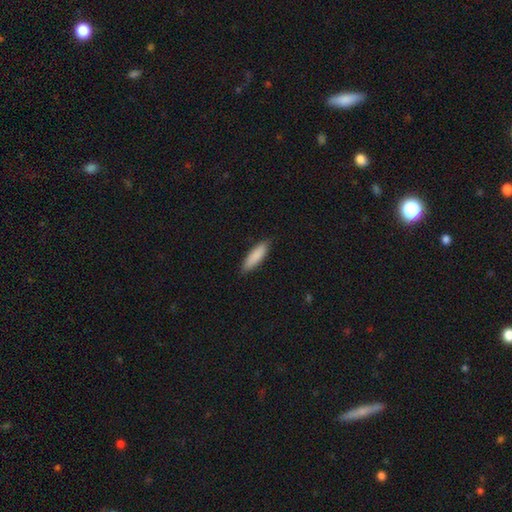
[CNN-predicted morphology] This appears to be a smooth galaxy with no disk features (87%) that is cigar-shaped (61%). Merging: none (86%).